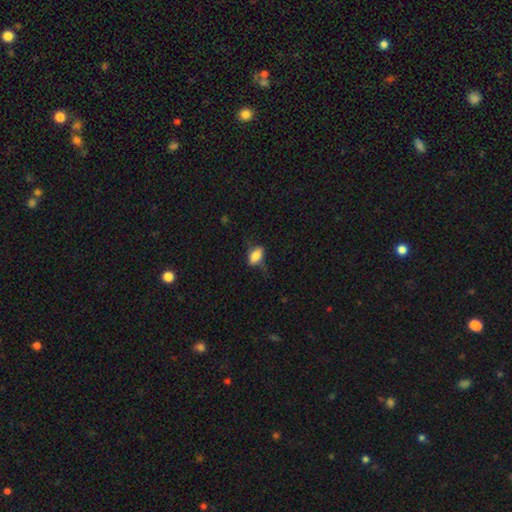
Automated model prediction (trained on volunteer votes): Smooth or featured? Predicted: smooth (p=0.73). How rounded? Predicted: in between (p=0.85). Merging? Predicted: none (p=0.55).